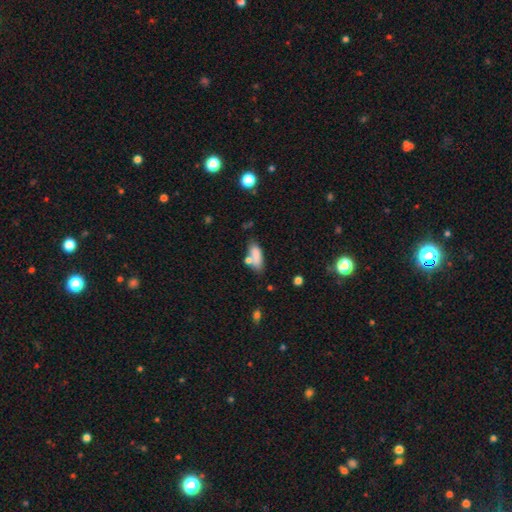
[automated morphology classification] smooth_or_featured: smooth (p=0.80) [alt: featured or disk p=0.11]
how_rounded: in between (p=0.67) [alt: cigar-shaped p=0.30]
merging: none (p=0.54) [alt: merger p=0.20]